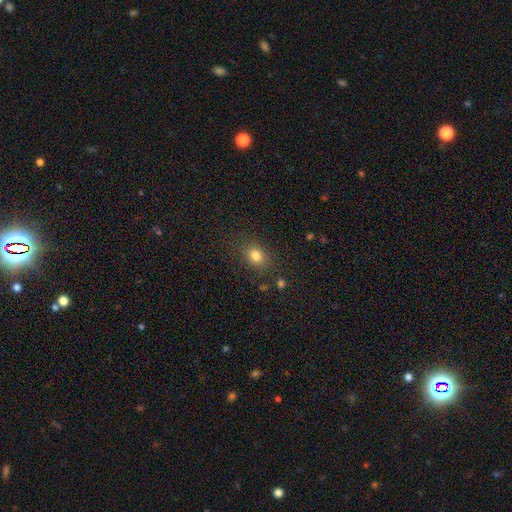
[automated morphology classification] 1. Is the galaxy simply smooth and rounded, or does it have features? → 81% smooth, 12% star or artifact, 7% featured or disk.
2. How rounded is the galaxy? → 53% in between, 46% round, 1% cigar-shaped.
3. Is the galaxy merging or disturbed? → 81% none, 12% minor disturbance, 5% major disturbance, 2% merger.